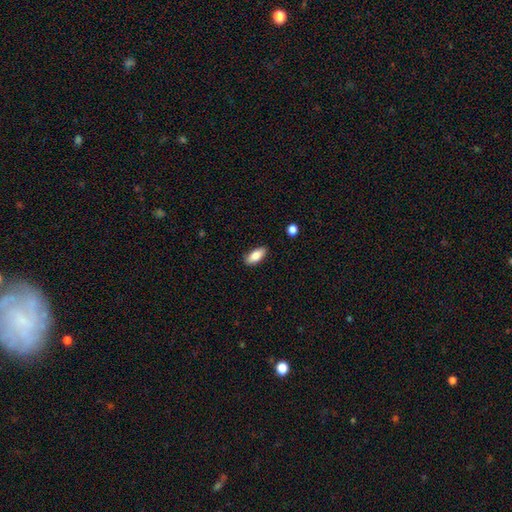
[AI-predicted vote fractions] The model was most divided on "how rounded": in between: 85%, cigar-shaped: 13%, round: 2%. More confident: merging — none (86%); smooth or featured — smooth (84%).